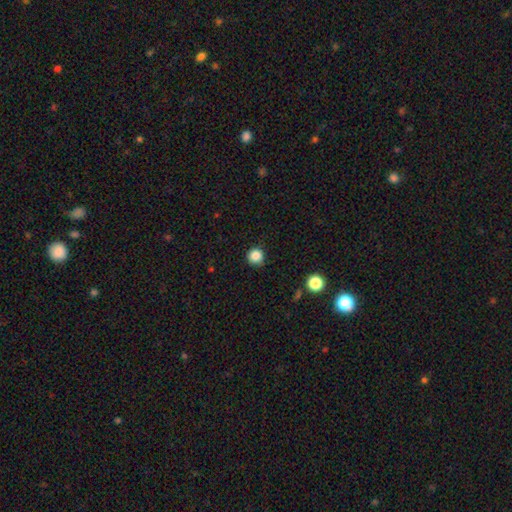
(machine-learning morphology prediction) smooth_or_featured: smooth (p=0.85) [alt: star or artifact p=0.12]
how_rounded: round (p=0.94) [alt: in between p=0.05]
merging: none (p=0.87) [alt: minor disturbance p=0.10]